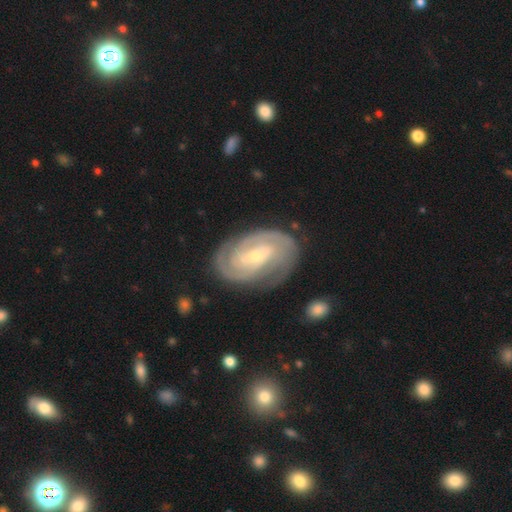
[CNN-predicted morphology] Q: Smooth or featured?
A: featured or disk (89%); runner-up: smooth (6%)
Q: Edge-on disk?
A: no (97%); runner-up: yes (3%)
Q: Bar?
A: weak (44%); runner-up: no (30%)
Q: Spiral arms?
A: yes (97%); runner-up: no (3%)
Q: Spiral winding?
A: tight (74%); runner-up: medium (23%)
Q: Spiral arm count?
A: 2 (56%); runner-up: 3 (17%)
Q: Bulge size?
A: small (65%); runner-up: moderate (31%)
Q: Merging?
A: none (79%); runner-up: minor disturbance (14%)